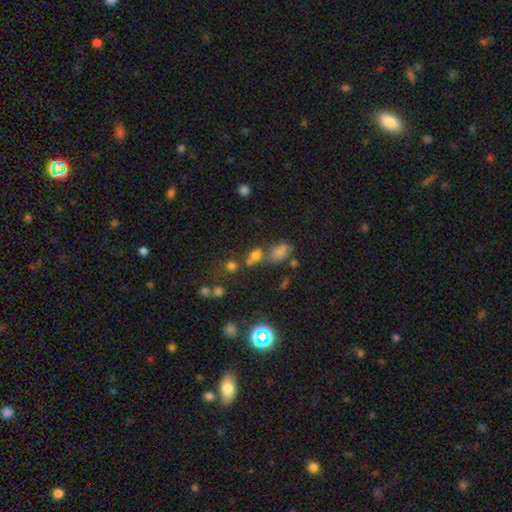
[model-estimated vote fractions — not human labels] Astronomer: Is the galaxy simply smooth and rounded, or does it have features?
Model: smooth — 61%.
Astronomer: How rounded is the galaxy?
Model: round — 51% (runner-up: in between, 46%).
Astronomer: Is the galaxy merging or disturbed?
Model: none — 46% (runner-up: merger, 34%).